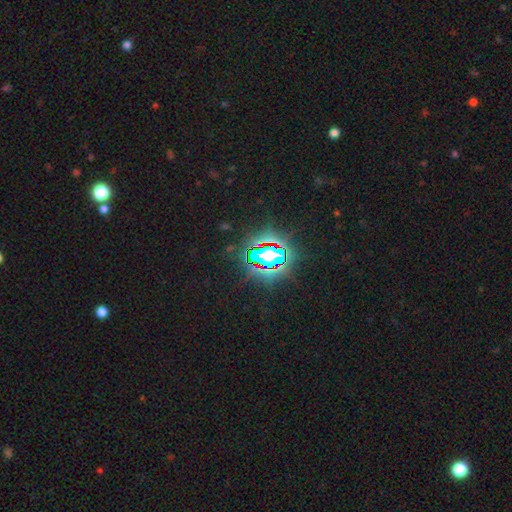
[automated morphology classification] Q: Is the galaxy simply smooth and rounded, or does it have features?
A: star or artifact — 78%.